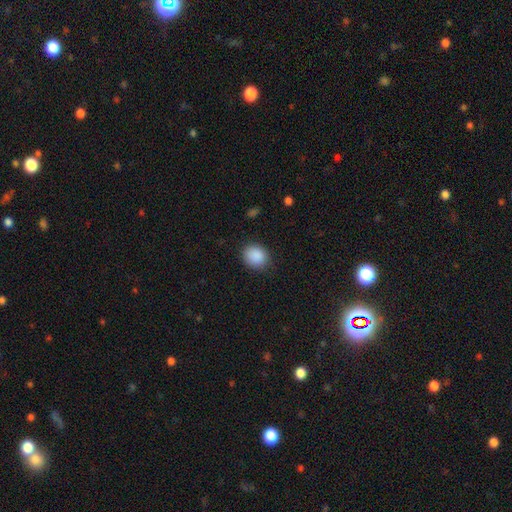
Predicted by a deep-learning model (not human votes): smooth 89%, star or artifact 8%, featured or disk 3%. Down the decision tree: how rounded — round (67%); merging — none (83%).